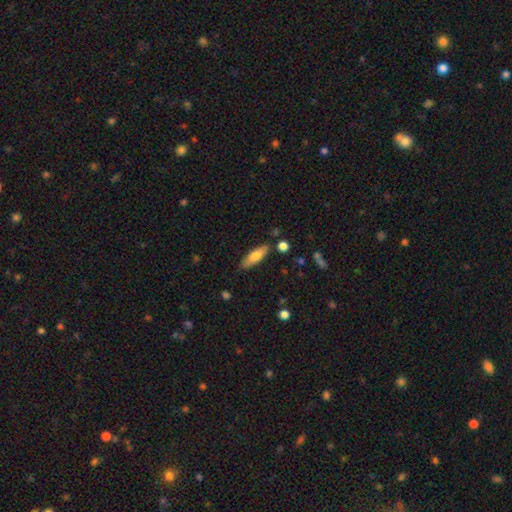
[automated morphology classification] smooth_or_featured: smooth (p=0.68) [alt: featured or disk p=0.25]
how_rounded: cigar-shaped (p=0.55) [alt: in between p=0.43]
merging: none (p=0.83) [alt: minor disturbance p=0.12]